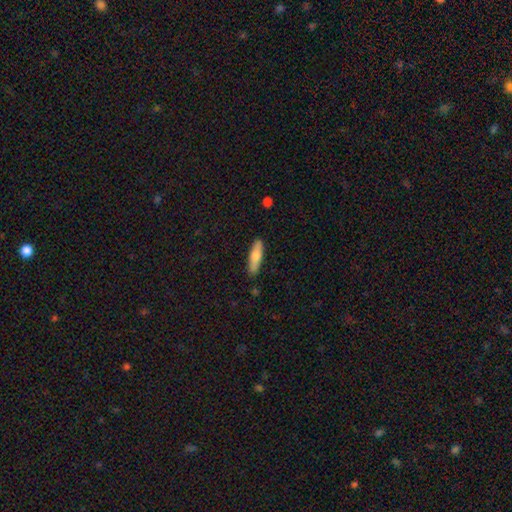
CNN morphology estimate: The model was most divided on "smooth or featured": smooth: 66%, featured or disk: 28%, star or artifact: 6%. More confident: merging — none (88%); how rounded — cigar-shaped (70%).